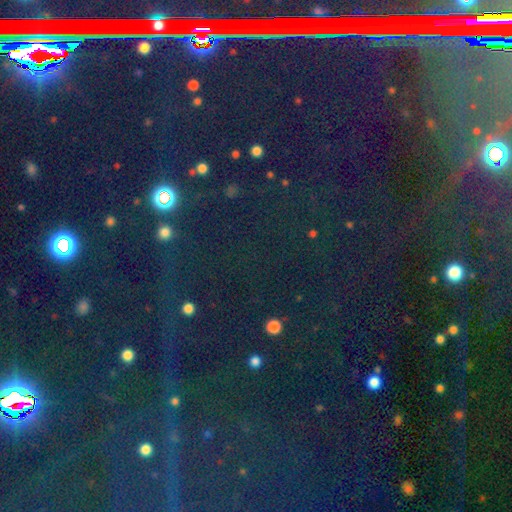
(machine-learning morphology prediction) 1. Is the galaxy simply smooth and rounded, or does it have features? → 79% star or artifact, 14% smooth, 8% featured or disk.